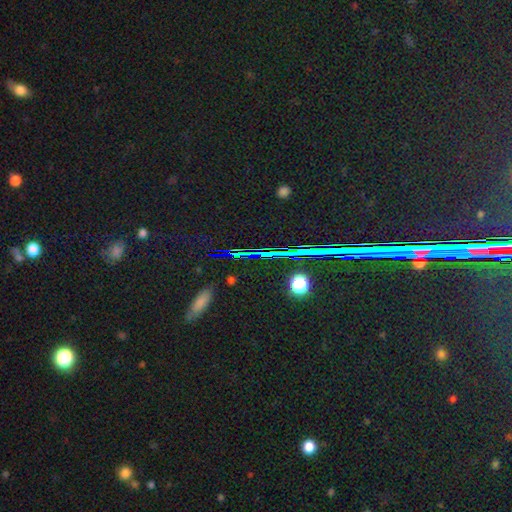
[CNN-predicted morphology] type=star or artifact (71%).